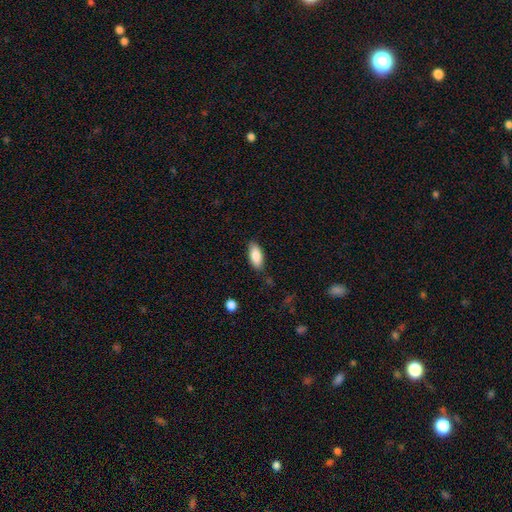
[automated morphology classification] A smooth galaxy with no disk features (85%) that is in between round and cigar-shaped (86%). Merging: none (82%).